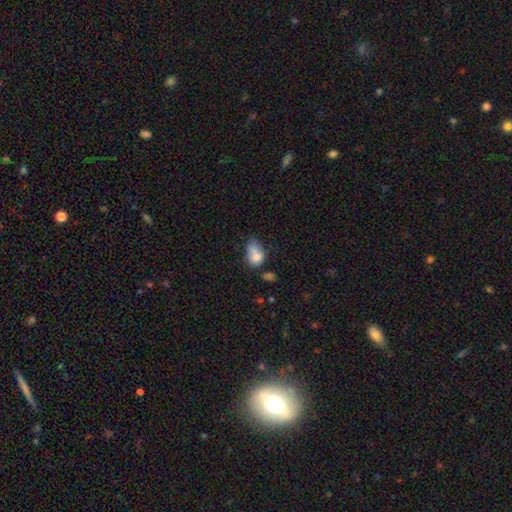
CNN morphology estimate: This is likely a smooth galaxy (73%). How rounded: likely in between (74%). Merging: marginally merger (32%).